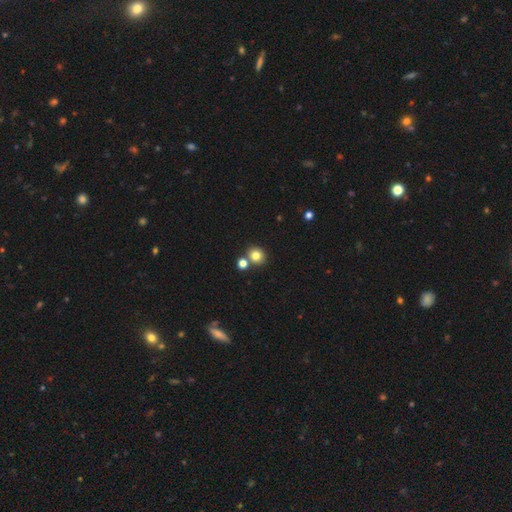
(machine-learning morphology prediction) Q: Smooth or featured?
A: smooth (80%); runner-up: star or artifact (13%)
Q: How rounded?
A: round (82%); runner-up: in between (17%)
Q: Merging?
A: none (71%); runner-up: merger (20%)